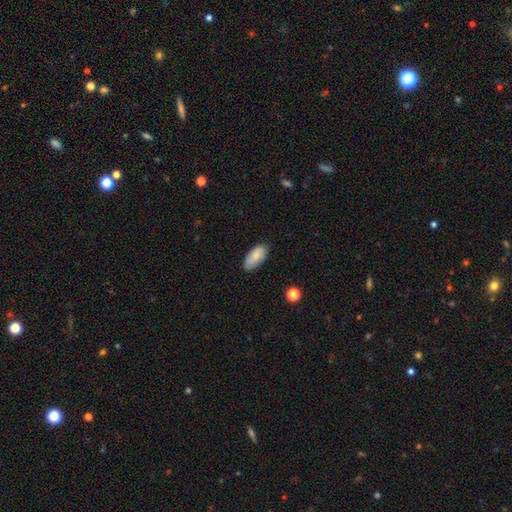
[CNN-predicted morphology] smooth 78%, featured or disk 15%, star or artifact 7%. Down the decision tree: how rounded — in between (92%); merging — none (78%).